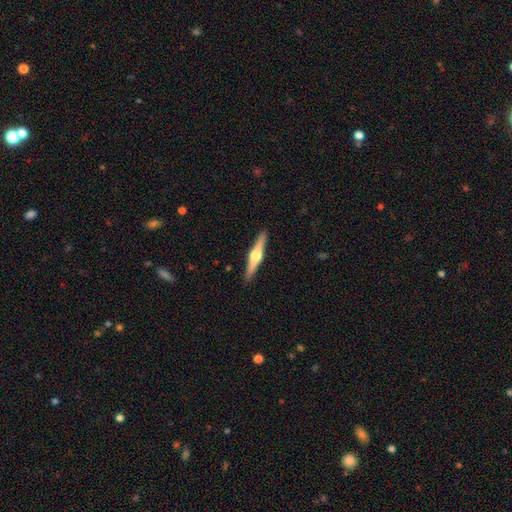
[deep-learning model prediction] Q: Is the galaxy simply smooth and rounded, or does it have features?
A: featured or disk — 72%.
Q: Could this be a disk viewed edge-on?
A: yes — 98%.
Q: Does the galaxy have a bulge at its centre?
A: rounded — 95%.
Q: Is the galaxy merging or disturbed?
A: none — 91%.